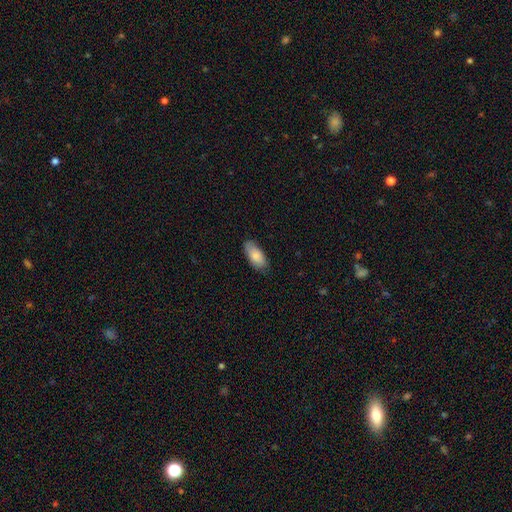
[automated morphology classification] Overall: smooth (82%). How rounded: in between (90%). Merging: none (79%).